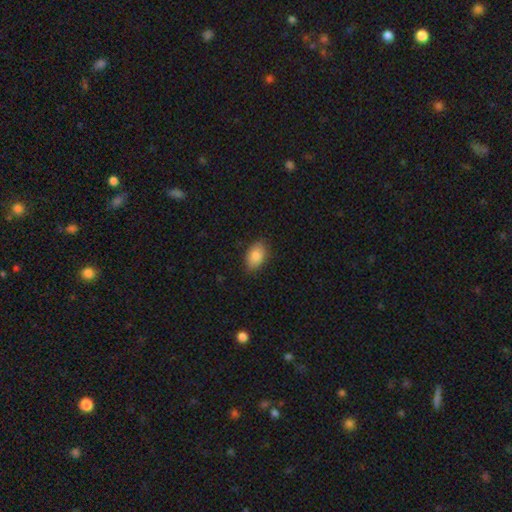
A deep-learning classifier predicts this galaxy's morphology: A smooth galaxy with no disk features (86%) that is in between round and cigar-shaped (88%). Merging: none (84%).